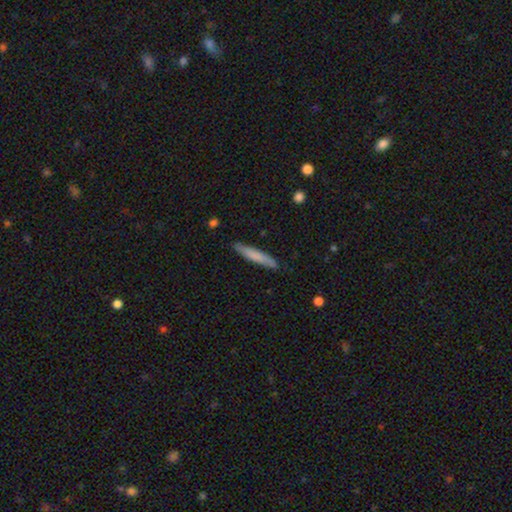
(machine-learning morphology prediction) smooth 73%, featured or disk 22%, star or artifact 5%. Down the decision tree: how rounded — cigar-shaped (93%); merging — none (86%).